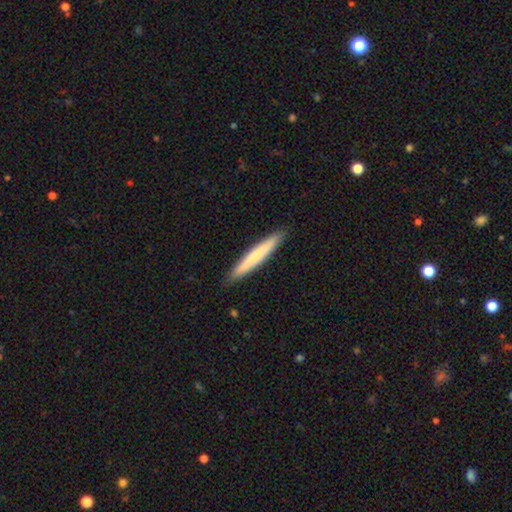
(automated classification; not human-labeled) Smooth or featured? Predicted: smooth (p=0.69). How rounded? Predicted: cigar-shaped (p=0.96). Merging? Predicted: none (p=0.91).